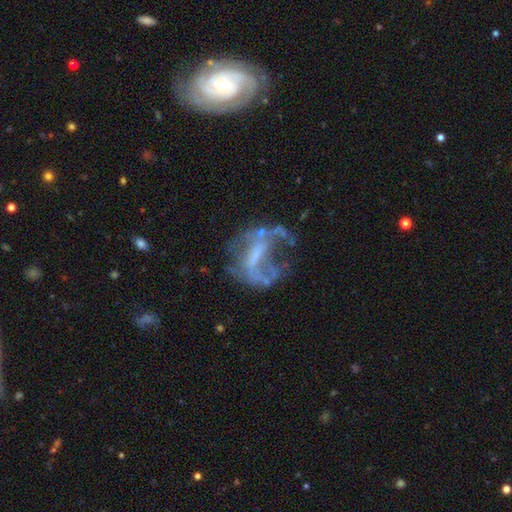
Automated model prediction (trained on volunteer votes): Smooth or featured?
  - featured or disk: 67% *
  - smooth: 18%
  - star or artifact: 15%
Edge-on disk?
  - no: 96% *
  - yes: 4%
Bar?
  - no: 48% *
  - weak: 30%
  - strong: 22%
Spiral arms?
  - no: 64% *
  - yes: 36%
Bulge size?
  - none: 57% *
  - small: 20%
  - moderate: 17%
  - large: 4%
  - dominant: 1%
Merging?
  - major disturbance: 42% *
  - none: 33%
  - minor disturbance: 16%
  - merger: 9%